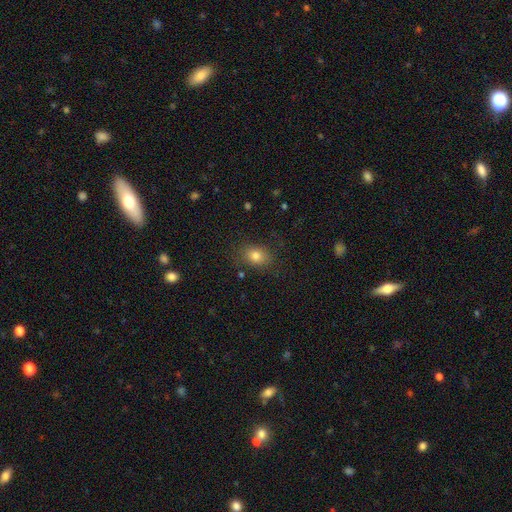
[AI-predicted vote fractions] Smooth or featured? Predicted: smooth (p=0.80). How rounded? Predicted: in between (p=0.64). Merging? Predicted: none (p=0.81).